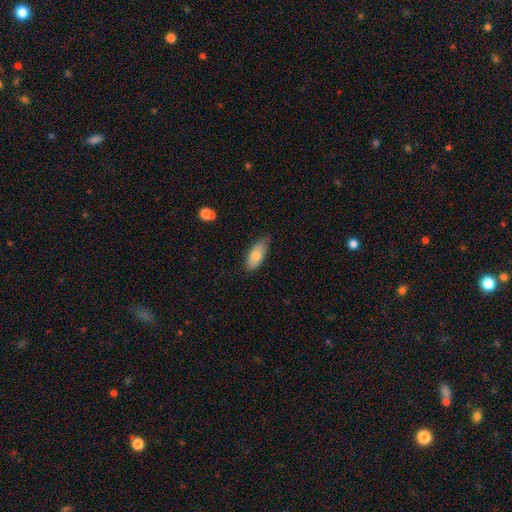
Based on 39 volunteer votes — smooth_or_featured: smooth (p=0.74) [alt: featured or disk p=0.21]
how_rounded: in between (p=0.72) [alt: cigar-shaped p=0.28]
merging: none (p=0.54) [alt: minor disturbance p=0.43]